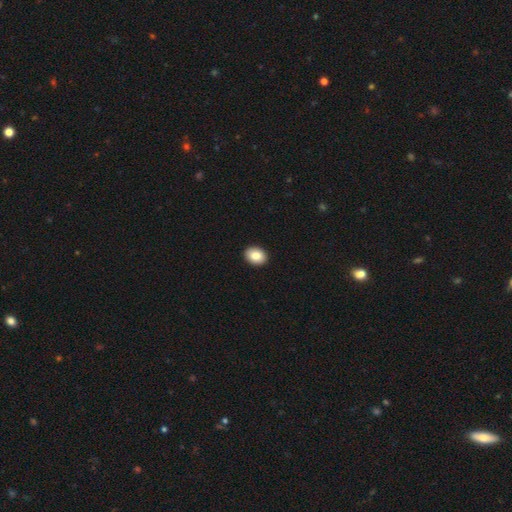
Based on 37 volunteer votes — Smooth or featured? smooth (86%)
How rounded? in between (78%)
Merging? none (91%)